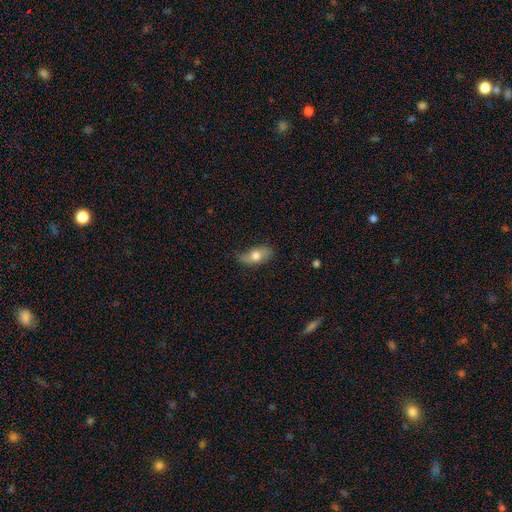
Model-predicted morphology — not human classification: A smooth galaxy with no disk features (66%) that is in between round and cigar-shaped (85%).

Vote fractions:
- Smooth or featured? smooth: 66% / featured or disk: 27% / star or artifact: 7%
- How rounded? in between: 85% / round: 8% / cigar-shaped: 7%
- Merging? none: 65% / minor disturbance: 27% / major disturbance: 6% / merger: 2%